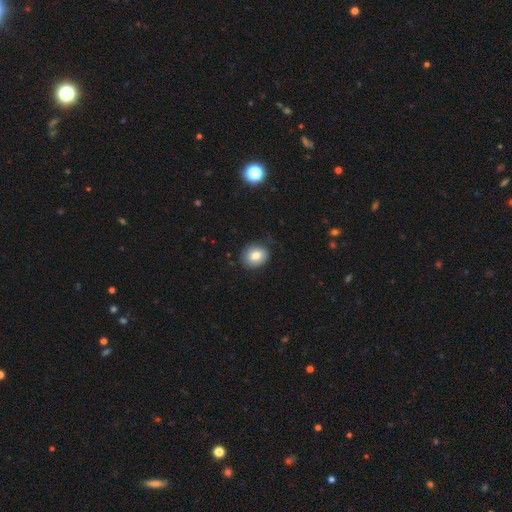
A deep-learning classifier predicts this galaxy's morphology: A smooth galaxy with no disk features (76%) that is round (62%). Merging: none (77%).